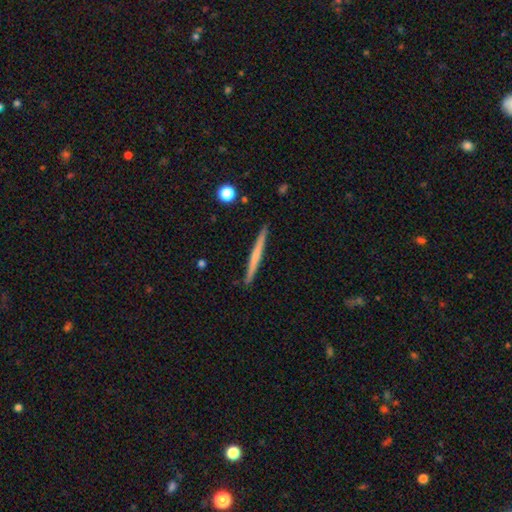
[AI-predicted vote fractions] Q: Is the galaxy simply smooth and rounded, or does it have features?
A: smooth — 48%.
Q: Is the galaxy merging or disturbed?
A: none — 91%.